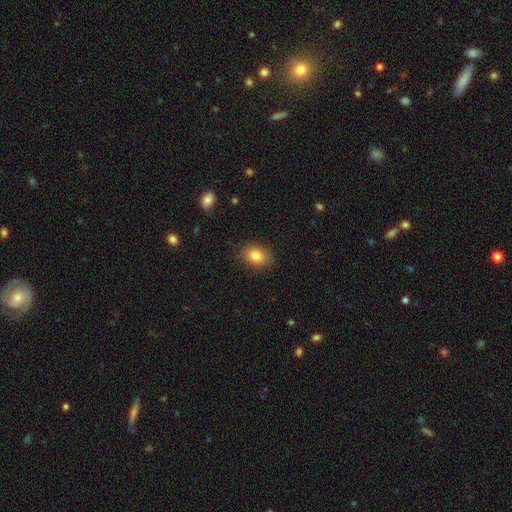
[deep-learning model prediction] Q: Smooth or featured?
A: smooth (83%); runner-up: star or artifact (9%)
Q: How rounded?
A: in between (73%); runner-up: round (26%)
Q: Merging?
A: none (87%); runner-up: minor disturbance (10%)